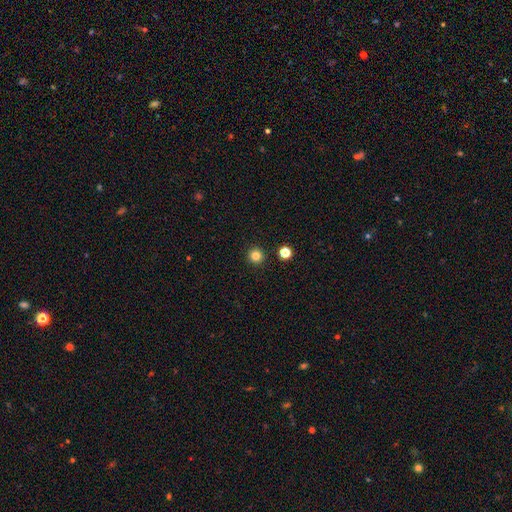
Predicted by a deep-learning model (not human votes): Smooth or featured?
  - smooth: 83% *
  - star or artifact: 13%
  - featured or disk: 4%
How rounded?
  - round: 96% *
  - in between: 3%
  - cigar-shaped: 1%
Merging?
  - none: 93% *
  - minor disturbance: 4%
  - merger: 2%
  - major disturbance: 1%